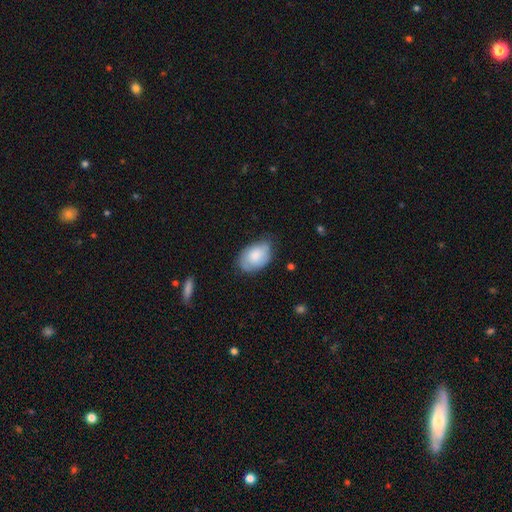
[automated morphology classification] Smooth or featured? Predicted: smooth (p=0.80). How rounded? Predicted: in between (p=0.89). Merging? Predicted: none (p=0.59).